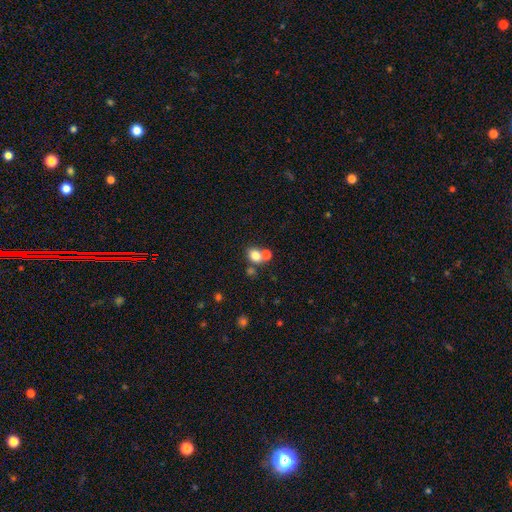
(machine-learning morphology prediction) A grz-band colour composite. It shows a smooth galaxy with no disk features (78%) that is round (56%). Merging: none (50%).